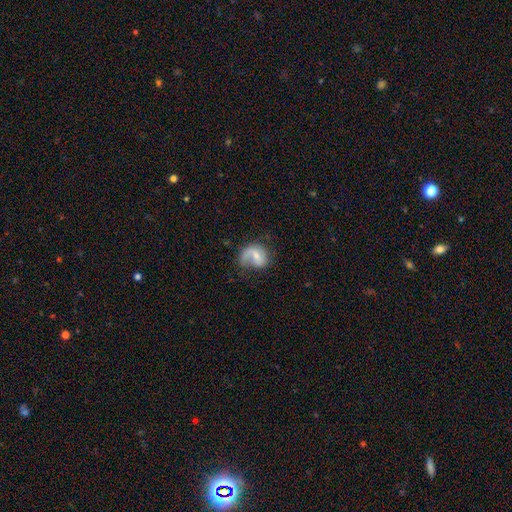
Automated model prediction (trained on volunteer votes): Smooth or featured: featured or disk — 60% (smooth — 33%)
Edge-on disk: no — 98% (yes — 2%)
Bar: no — 45% (weak — 43%)
Spiral arms: yes — 85% (no — 15%)
Bulge size: small — 50% (moderate — 39%)
Merging: none — 42% (major disturbance — 29%)